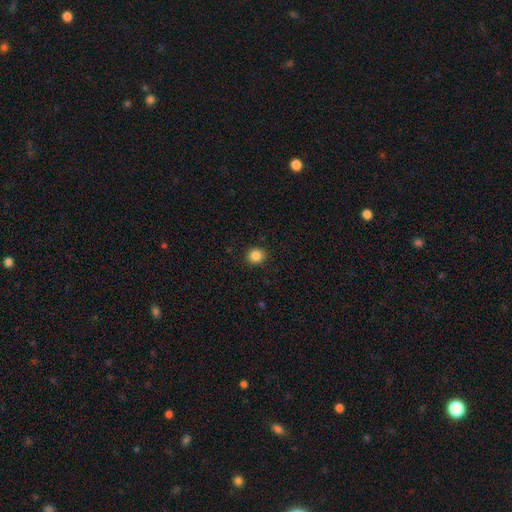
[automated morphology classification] Smooth or featured? Predicted: smooth (p=0.86). How rounded? Predicted: round (p=0.86). Merging? Predicted: none (p=0.90).